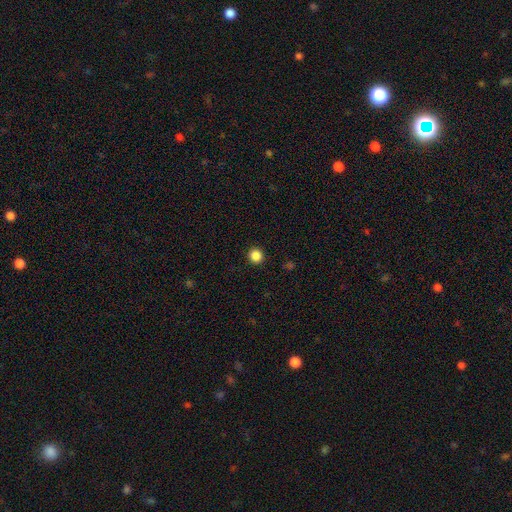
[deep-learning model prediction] Smooth or featured? Predicted: smooth (p=0.86). How rounded? Predicted: round (p=0.93). Merging? Predicted: none (p=0.93).